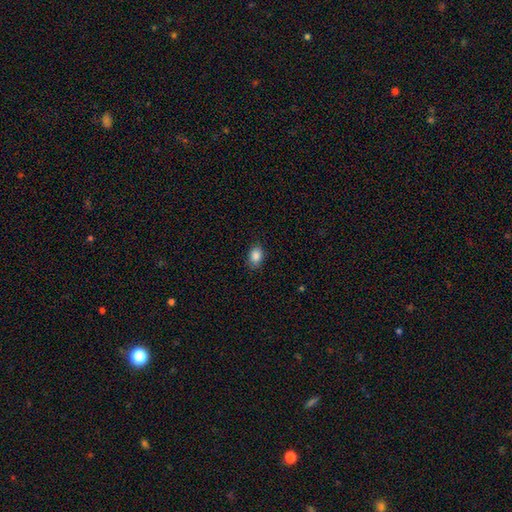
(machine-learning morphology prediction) The model was most divided on "how rounded": in between: 76%, round: 23%, cigar-shaped: 1%. More confident: smooth or featured — smooth (87%); merging — none (83%).